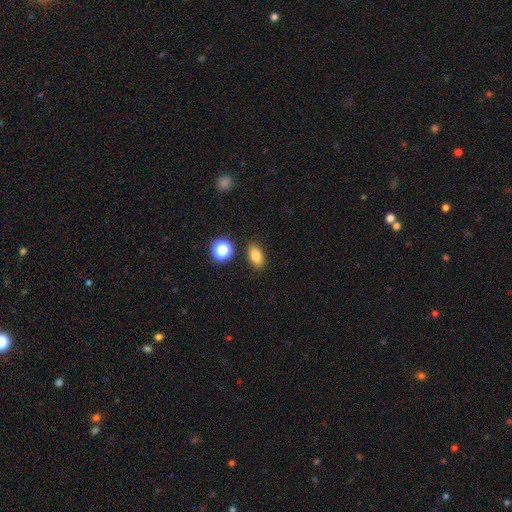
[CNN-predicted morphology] A smooth galaxy with no disk features (80%) that is in between round and cigar-shaped (84%). Merging: none (85%).